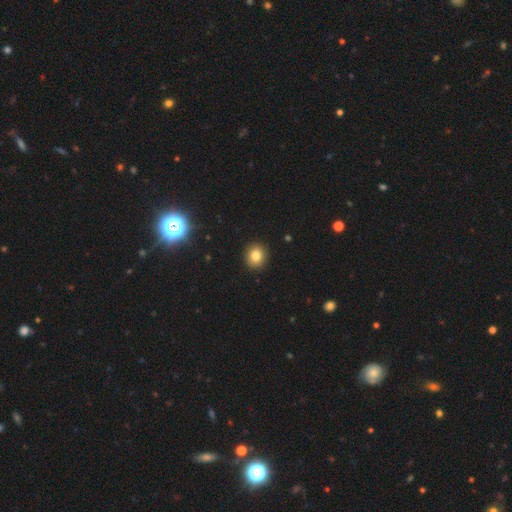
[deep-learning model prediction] Q: Smooth or featured?
A: smooth (82%); runner-up: star or artifact (12%)
Q: How rounded?
A: round (84%); runner-up: in between (15%)
Q: Merging?
A: none (91%); runner-up: minor disturbance (6%)